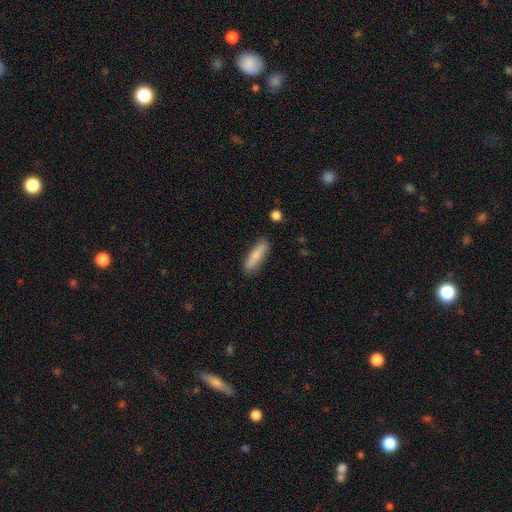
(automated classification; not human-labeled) Q: Smooth or featured?
A: smooth (81%); runner-up: featured or disk (12%)
Q: How rounded?
A: cigar-shaped (75%); runner-up: in between (23%)
Q: Merging?
A: none (86%); runner-up: minor disturbance (10%)